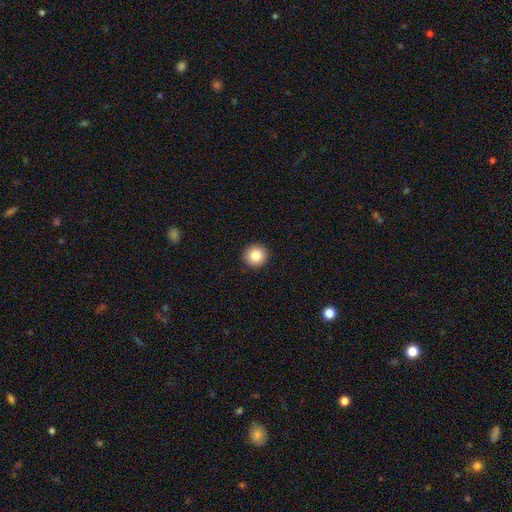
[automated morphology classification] smooth_or_featured: smooth (p=0.84) [alt: star or artifact p=0.09]
how_rounded: round (p=0.95) [alt: in between p=0.04]
merging: none (p=0.94) [alt: minor disturbance p=0.04]